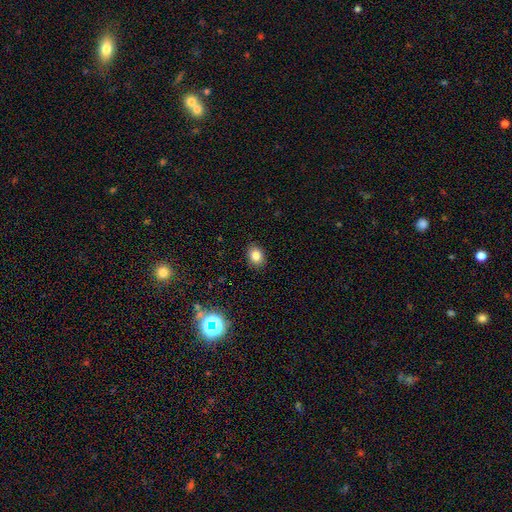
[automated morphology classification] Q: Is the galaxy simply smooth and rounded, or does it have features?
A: smooth — 81%.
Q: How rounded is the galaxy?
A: in between — 59%.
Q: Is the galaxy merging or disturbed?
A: none — 88%.